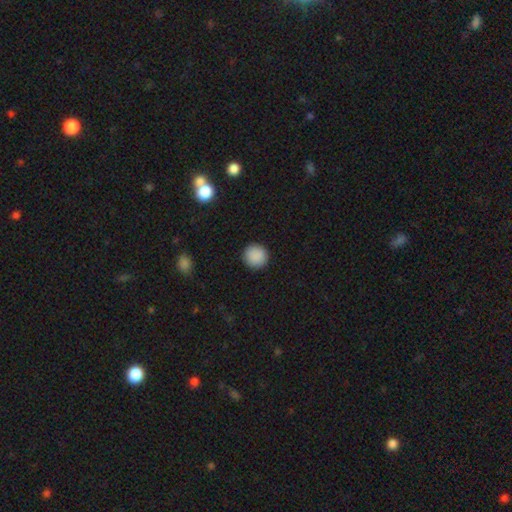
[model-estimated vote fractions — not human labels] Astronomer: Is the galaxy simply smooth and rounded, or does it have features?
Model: smooth — 89%.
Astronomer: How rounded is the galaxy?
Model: round — 95%.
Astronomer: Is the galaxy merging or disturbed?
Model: none — 92%.